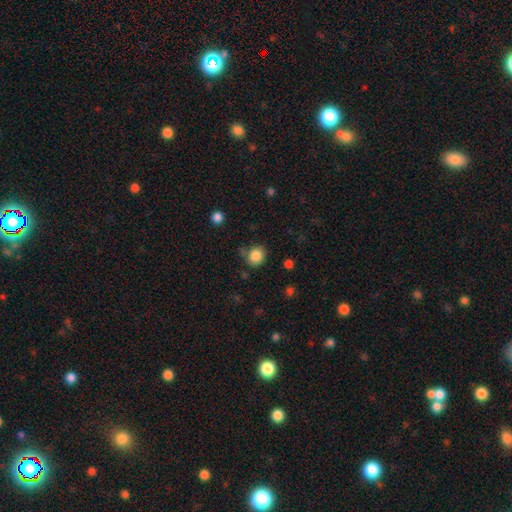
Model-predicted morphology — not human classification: type=smooth (85%); roundness=round (79%); merging=none (76%).